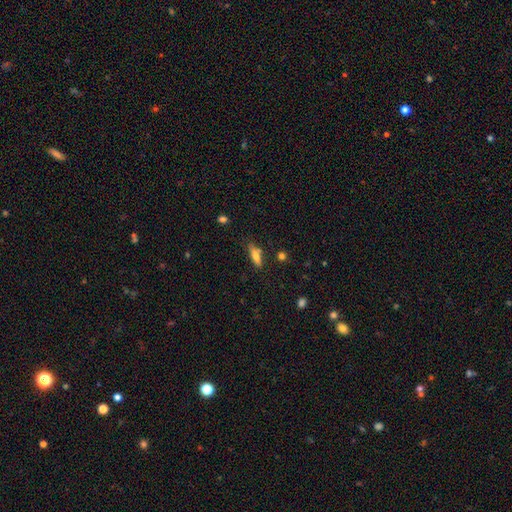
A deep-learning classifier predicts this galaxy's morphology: Smooth or featured? smooth (69%)
How rounded? cigar-shaped (54%)
Merging? none (68%)